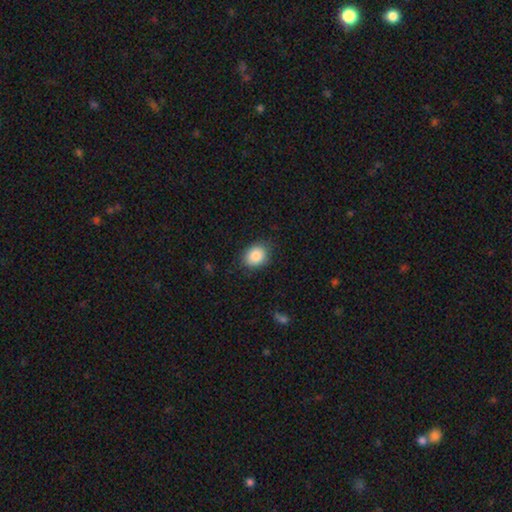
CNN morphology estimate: type=smooth (86%); roundness=round (54%); merging=none (82%).